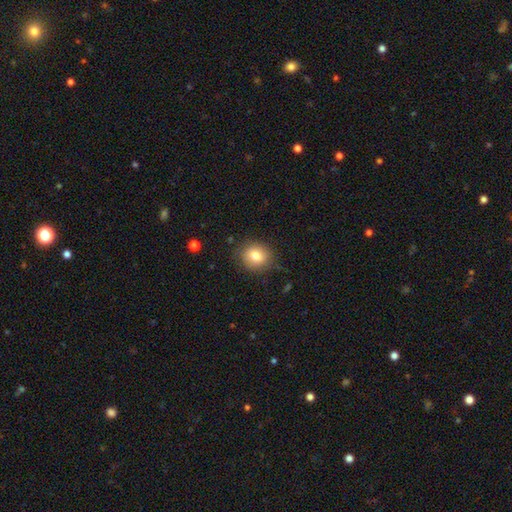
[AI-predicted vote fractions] smooth_or_featured: smooth (p=0.80) [alt: star or artifact p=0.10]
how_rounded: round (p=0.79) [alt: in between p=0.20]
merging: none (p=0.82) [alt: minor disturbance p=0.14]